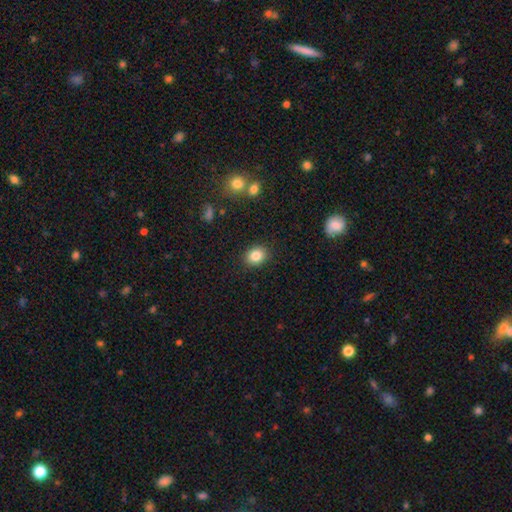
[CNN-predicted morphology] The model was most divided on "how rounded": round: 56%, in between: 43%, cigar-shaped: 1%. More confident: merging — none (88%); smooth or featured — smooth (84%).